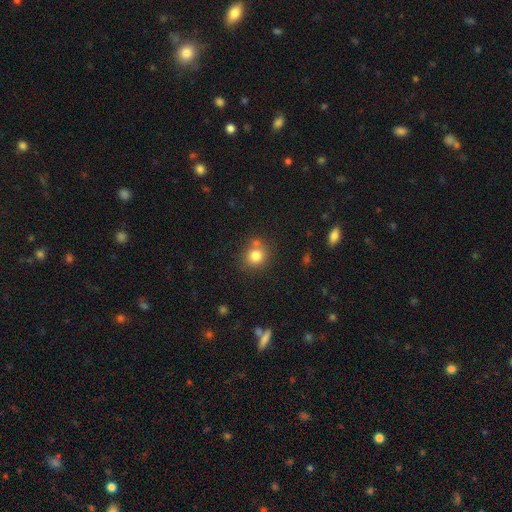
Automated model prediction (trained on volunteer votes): Overall: smooth (81%). How rounded: round (83%). Merging: none (68%).